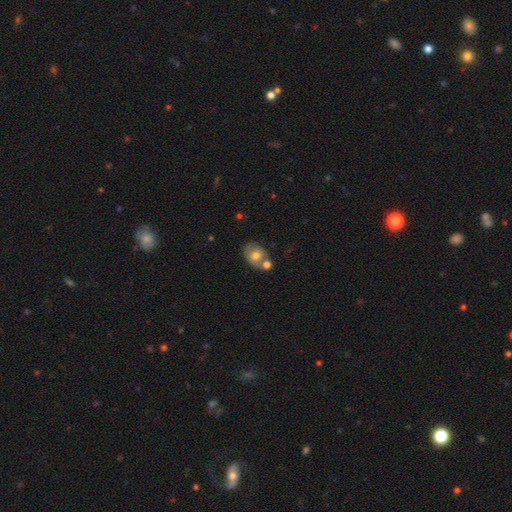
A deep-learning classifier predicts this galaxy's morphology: smooth_or_featured: smooth (p=0.59) [alt: featured or disk p=0.33]
how_rounded: in between (p=0.60) [alt: round p=0.39]
merging: none (p=0.48) [alt: merger p=0.28]